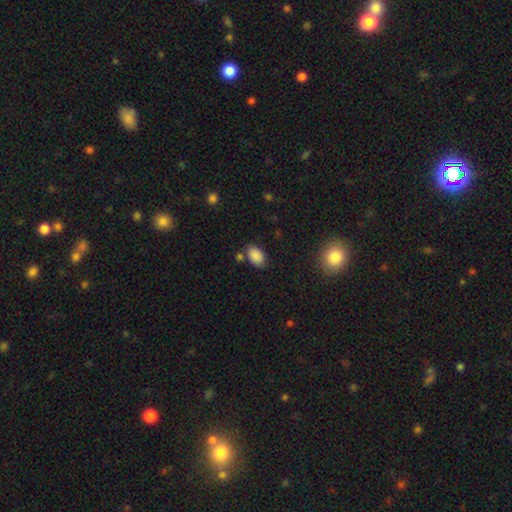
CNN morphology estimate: This is clearly a smooth galaxy (86%). How rounded: clearly in between (88%). Merging: likely none (74%).